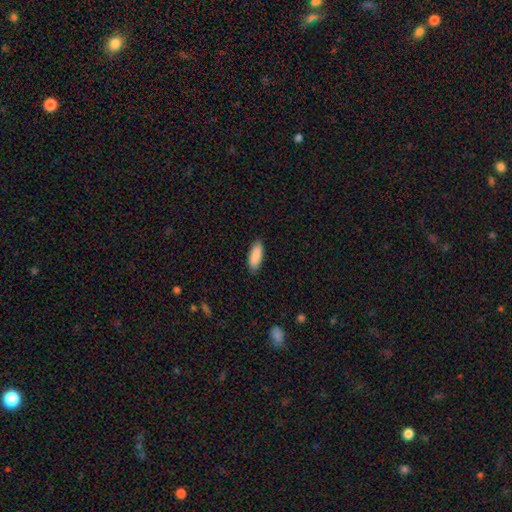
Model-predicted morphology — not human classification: This appears to be a smooth galaxy with no disk features (90%) that is in between round and cigar-shaped (74%). Merging: none (88%).